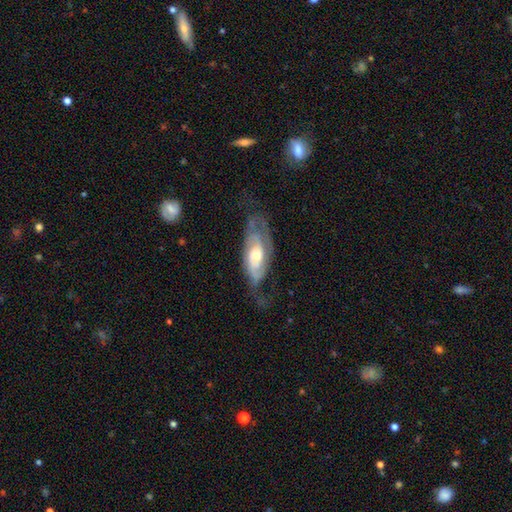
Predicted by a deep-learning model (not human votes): A featured or disk galaxy (76%) with no bar (68%), 2 (50%) tight (50%) spiral arms (88%) and a moderate central bulge (59%).

Vote fractions:
- Smooth or featured? featured or disk: 76% / smooth: 19% / star or artifact: 6%
- Edge-on disk? no: 88% / yes: 12%
- Bar? no: 68% / weak: 26% / strong: 6%
- Spiral arms? yes: 88% / no: 12%
- Spiral winding? tight: 50% / medium: 37% / loose: 14%
- Spiral arm count? 2: 50% / can't tell: 33% / 3: 7% / 1: 6% / 4: 2% / more than 4: 2%
- Bulge size? moderate: 59% / small: 29% / large: 9% / none: 2% / dominant: 1%
- Merging? none: 54% / minor disturbance: 26% / major disturbance: 18% / merger: 2%